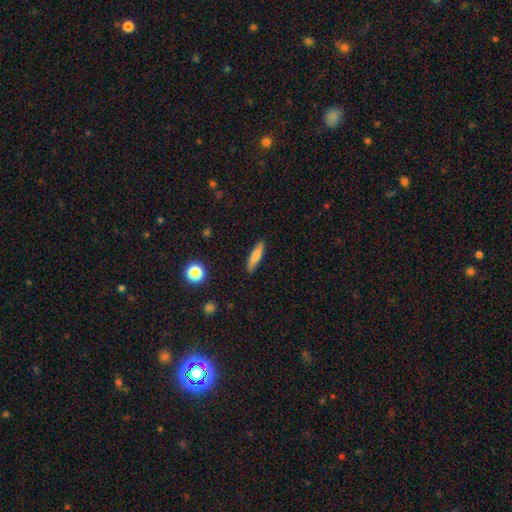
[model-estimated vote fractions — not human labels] The model was most divided on "how rounded": cigar-shaped: 80%, in between: 17%, round: 2%. More confident: merging — none (88%); smooth or featured — smooth (78%).